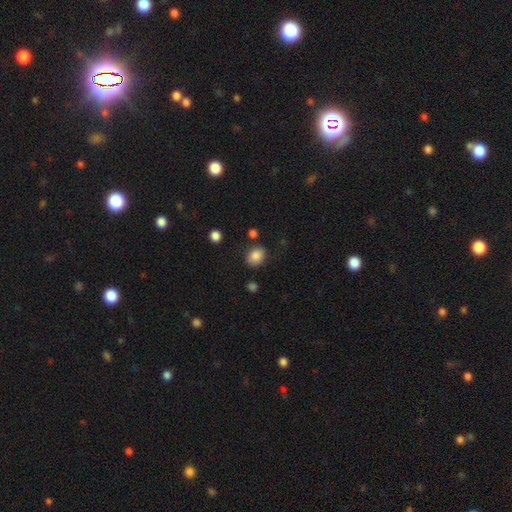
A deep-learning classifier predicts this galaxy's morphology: Overall: smooth (85%). How rounded: in between (57%; round 42%). Merging: none (78%).